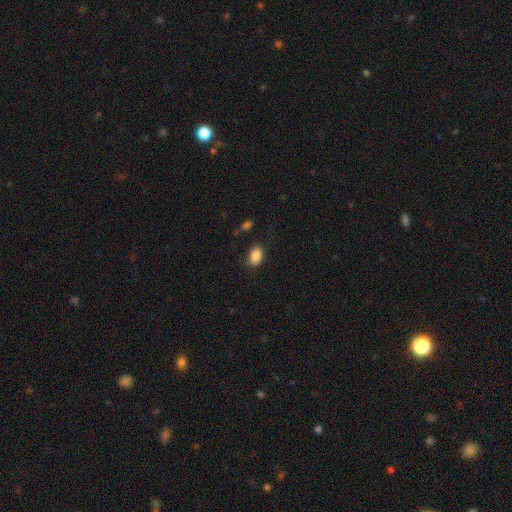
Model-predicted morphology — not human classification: smooth-or-featured: smooth: 86% | star or artifact: 8% | featured or disk: 6%
  how-rounded: in between: 85% | round: 13% | cigar-shaped: 1%
  merging: none: 77% | minor disturbance: 16% | major disturbance: 4% | merger: 2%